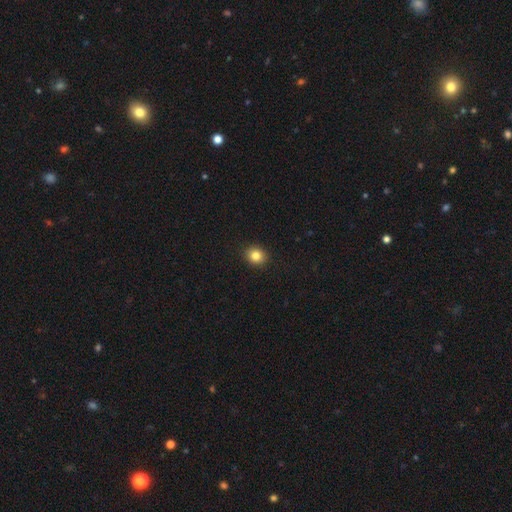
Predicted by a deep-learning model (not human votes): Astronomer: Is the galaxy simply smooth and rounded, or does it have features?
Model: smooth — 84%.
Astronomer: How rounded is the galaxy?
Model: round — 75%.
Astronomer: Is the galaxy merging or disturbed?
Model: none — 92%.